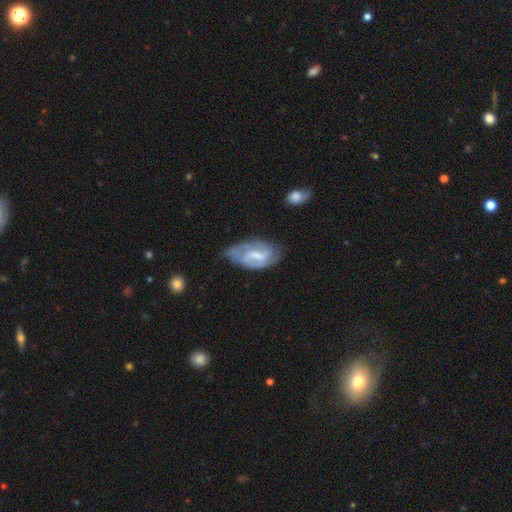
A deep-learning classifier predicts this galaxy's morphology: A featured or disk galaxy (75%) with a weak bar (58%), 2 (60%) medium (45%) spiral arms (89%) and a small central bulge (40%). Merging: none (53%).